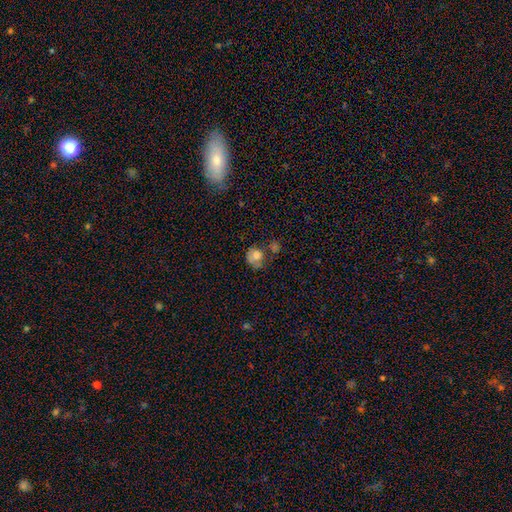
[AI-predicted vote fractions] Q: Smooth or featured?
A: smooth (73%); runner-up: featured or disk (17%)
Q: How rounded?
A: round (65%); runner-up: in between (34%)
Q: Merging?
A: none (38%); runner-up: minor disturbance (27%)